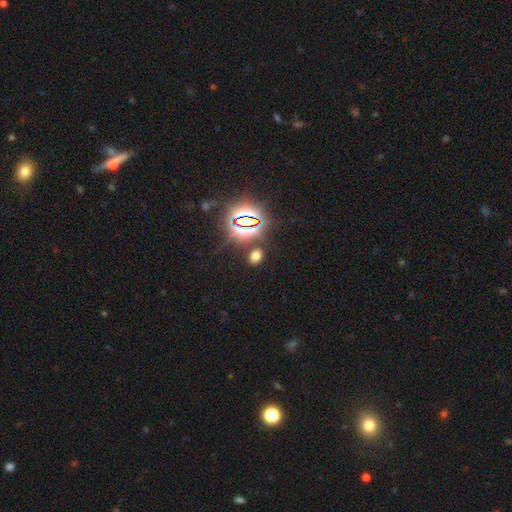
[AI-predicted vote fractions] Smooth or featured?
  - smooth: 58% *
  - star or artifact: 36%
  - featured or disk: 6%
How rounded?
  - in between: 67% *
  - round: 31%
  - cigar-shaped: 2%
Merging?
  - none: 84% *
  - minor disturbance: 8%
  - merger: 4%
  - major disturbance: 3%